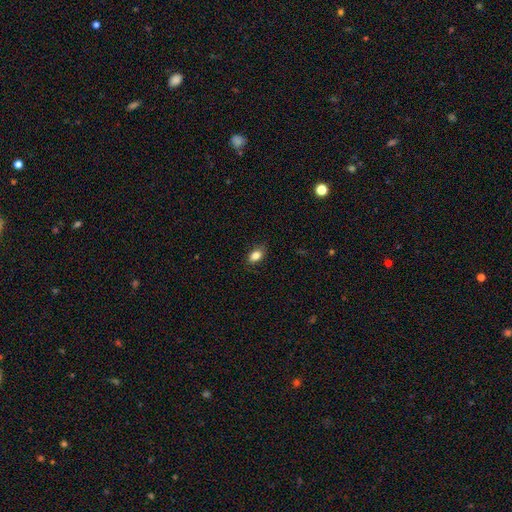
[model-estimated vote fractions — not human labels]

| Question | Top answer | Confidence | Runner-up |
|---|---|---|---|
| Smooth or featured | smooth | 84% | star or artifact (9%) |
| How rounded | in between | 85% | round (13%) |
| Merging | none | 83% | minor disturbance (13%) |